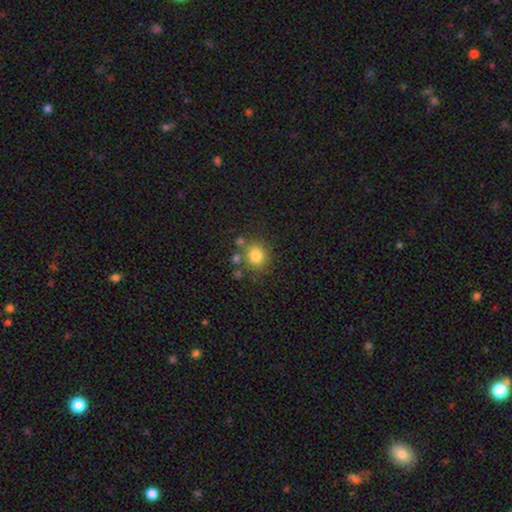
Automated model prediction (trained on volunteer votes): A smooth galaxy with no disk features (79%) that is round (86%). Merging: none (73%).